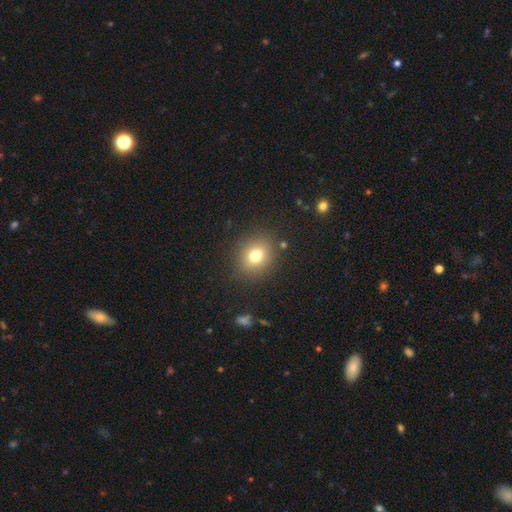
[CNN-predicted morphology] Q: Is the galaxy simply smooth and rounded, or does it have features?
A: smooth — 75%.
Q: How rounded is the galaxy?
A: round — 73%.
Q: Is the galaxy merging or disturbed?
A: none — 86%.